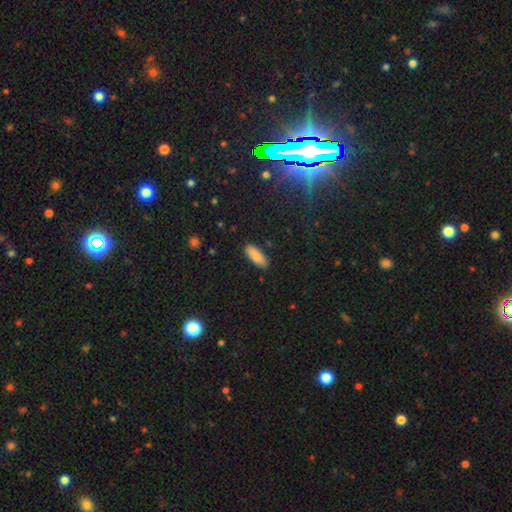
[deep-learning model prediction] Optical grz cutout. It shows a smooth galaxy with no disk features (86%) that is in between round and cigar-shaped (75%). Merging: none (88%).